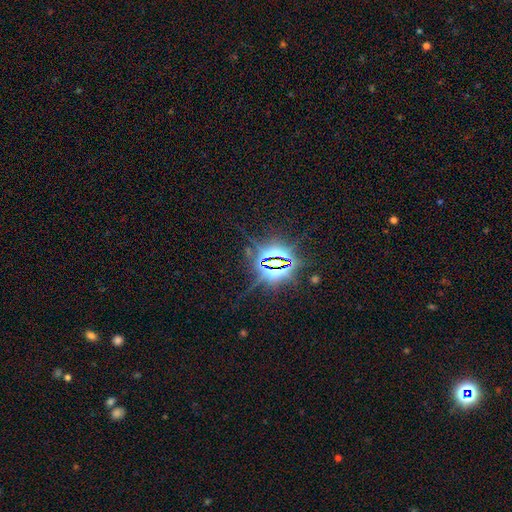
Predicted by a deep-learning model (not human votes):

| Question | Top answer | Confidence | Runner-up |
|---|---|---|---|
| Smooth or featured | star or artifact | 84% | smooth (9%) |